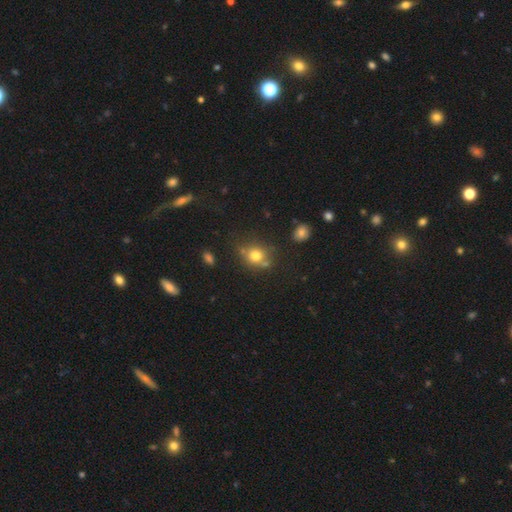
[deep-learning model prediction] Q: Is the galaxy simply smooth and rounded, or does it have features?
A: smooth — 73%.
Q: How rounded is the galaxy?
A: round — 75%.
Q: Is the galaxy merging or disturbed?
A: none — 68%.